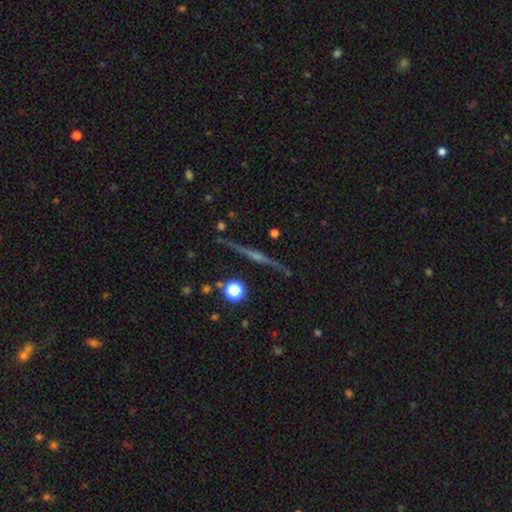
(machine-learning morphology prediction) smooth_or_featured: featured or disk (p=0.81) [alt: smooth p=0.11]
disk_edge_on: yes (p=0.98) [alt: no p=0.02]
edge_on_bulge: rounded (p=0.76) [alt: none p=0.15]
merging: none (p=0.90) [alt: minor disturbance p=0.06]